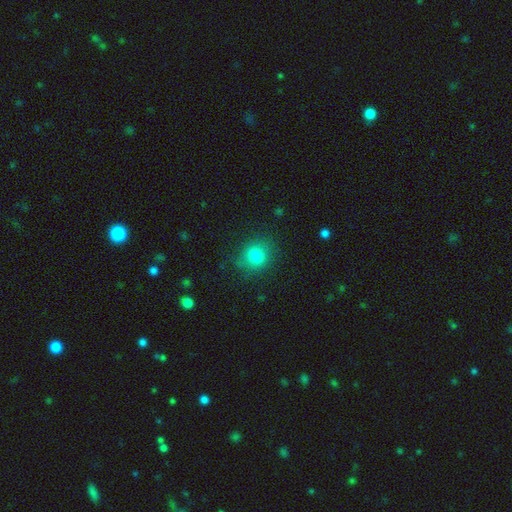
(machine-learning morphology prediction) Q: Smooth or featured?
A: smooth (81%); runner-up: star or artifact (12%)
Q: How rounded?
A: round (74%); runner-up: in between (25%)
Q: Merging?
A: none (80%); runner-up: minor disturbance (14%)